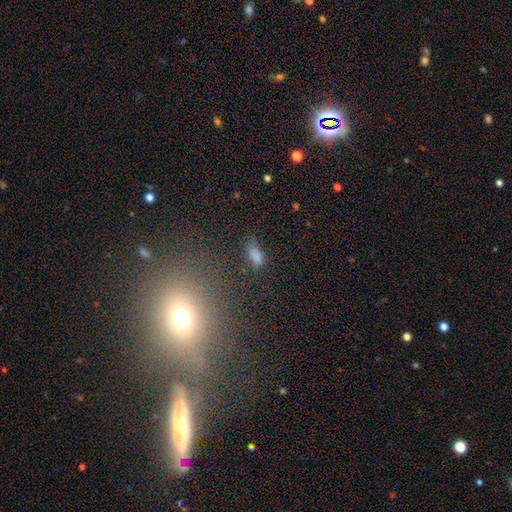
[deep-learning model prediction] Smooth or featured: smooth — 78% (star or artifact — 15%)
How rounded: in between — 86% (cigar-shaped — 10%)
Merging: none — 61% (minor disturbance — 25%)